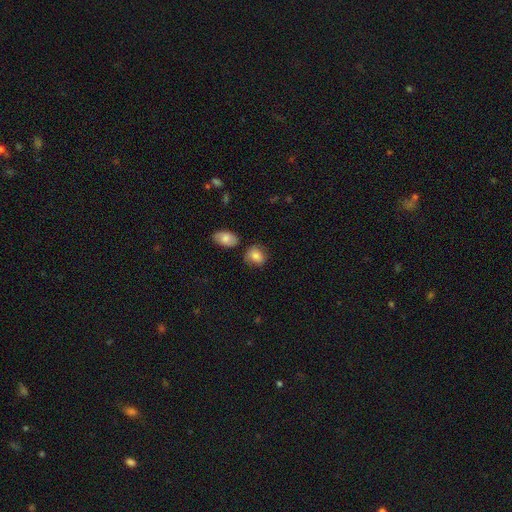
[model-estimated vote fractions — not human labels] This is clearly a smooth galaxy (81%). How rounded: possibly in between (54%). Merging: likely none (64%).